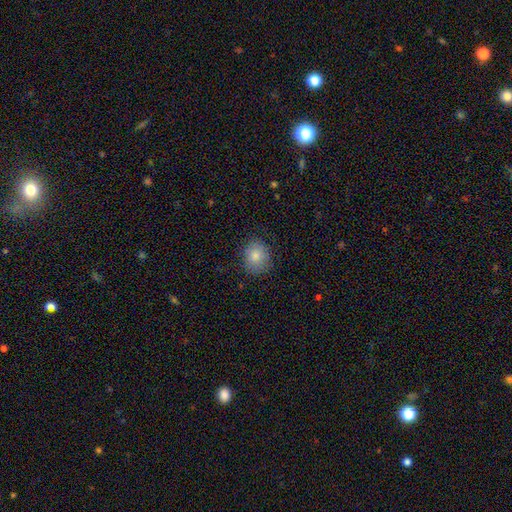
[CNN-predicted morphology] A smooth galaxy with no disk features (83%) that is round (72%).

Vote fractions:
- Smooth or featured? smooth: 83% / star or artifact: 9% / featured or disk: 8%
- How rounded? round: 72% / in between: 27% / cigar-shaped: 1%
- Merging? none: 81% / minor disturbance: 14% / major disturbance: 4% / merger: 1%